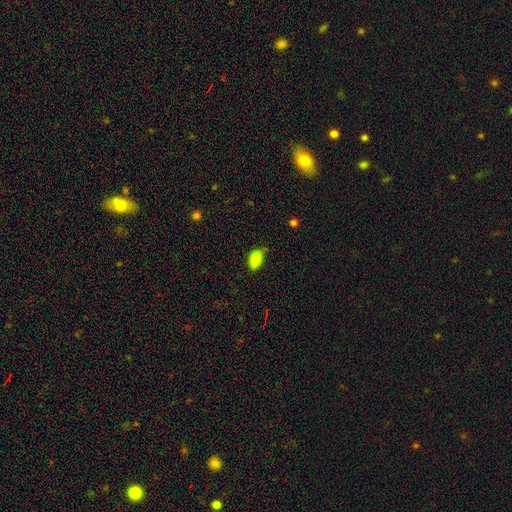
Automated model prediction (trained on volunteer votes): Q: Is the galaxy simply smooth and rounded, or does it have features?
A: smooth — 85%.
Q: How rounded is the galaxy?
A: in between — 91%.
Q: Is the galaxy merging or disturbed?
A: none — 59%.